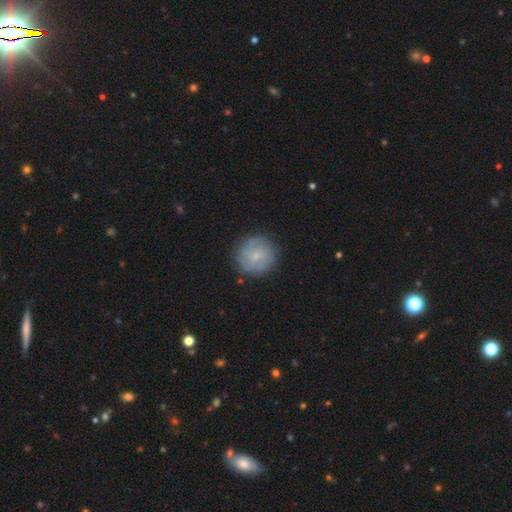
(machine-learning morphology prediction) smooth 51%, featured or disk 42%, star or artifact 7%. Down the decision tree: how rounded — round (91%); merging — none (79%).